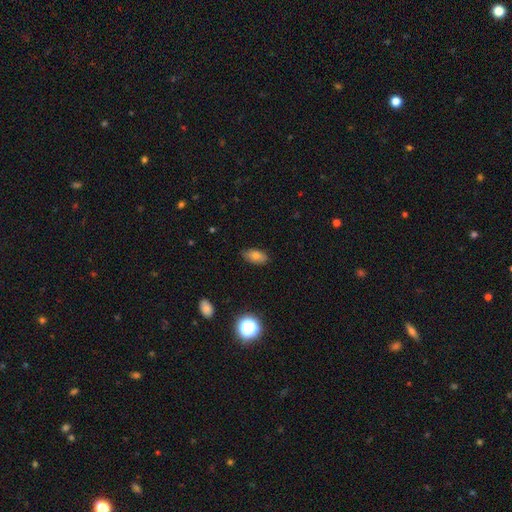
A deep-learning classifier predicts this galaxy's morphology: Smooth or featured? Predicted: smooth (p=0.76). How rounded? Predicted: in between (p=0.90). Merging? Predicted: none (p=0.83).